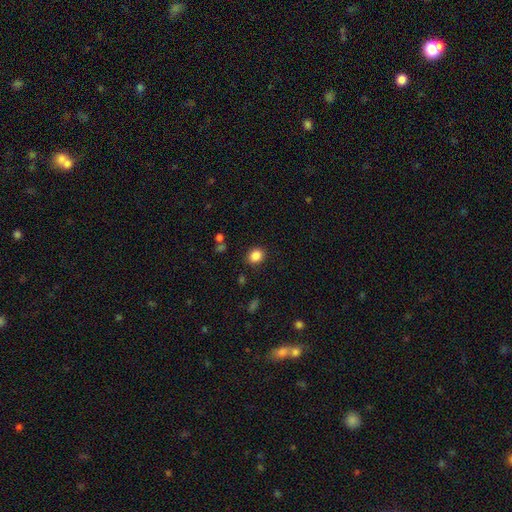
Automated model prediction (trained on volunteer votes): Smooth or featured? smooth (86%)
How rounded? round (69%)
Merging? none (87%)